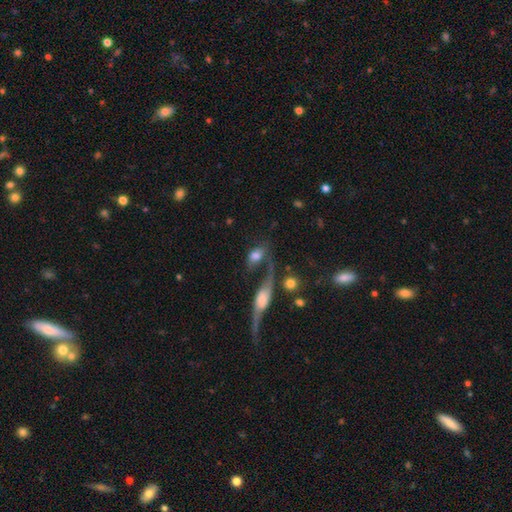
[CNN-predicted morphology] Smooth or featured? smooth (59%)
How rounded? in between (78%)
Merging? merger (34%)